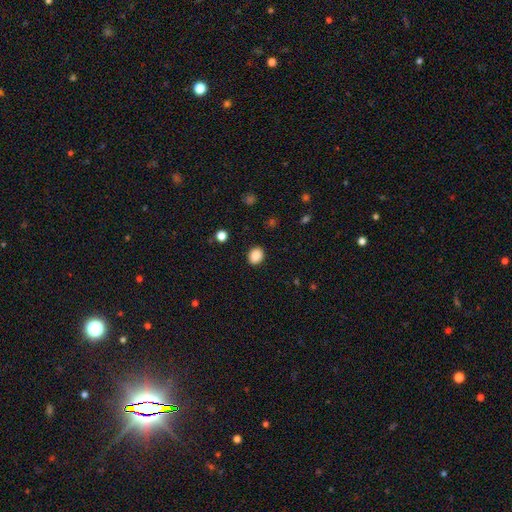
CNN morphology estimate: Overall: smooth (88%). How rounded: round (58%; in between 41%). Merging: none (90%).